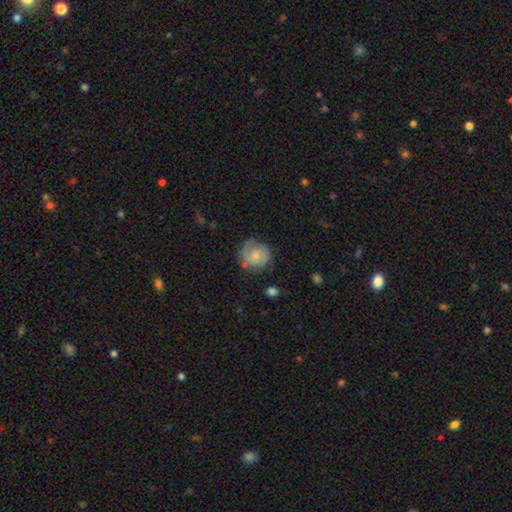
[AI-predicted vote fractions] A featured or disk galaxy (48%). Merging: none (68%).